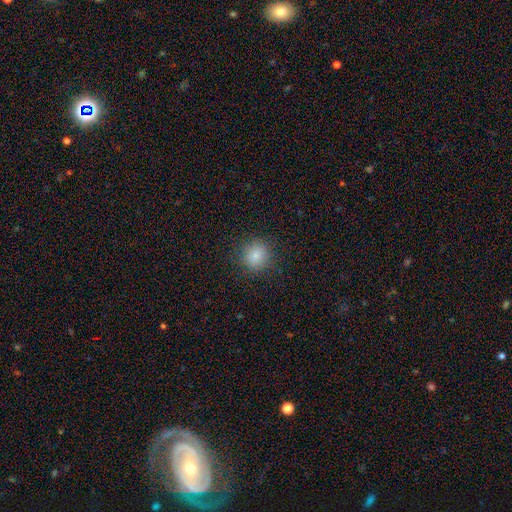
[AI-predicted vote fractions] This is clearly a smooth galaxy (82%). How rounded: clearly round (89%). Merging: clearly none (87%).